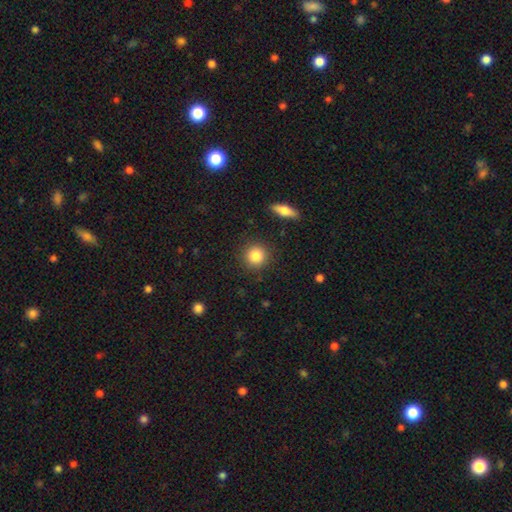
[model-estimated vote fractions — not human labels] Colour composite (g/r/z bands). It shows a smooth galaxy with no disk features (85%) that is round (91%). Merging: none (89%).